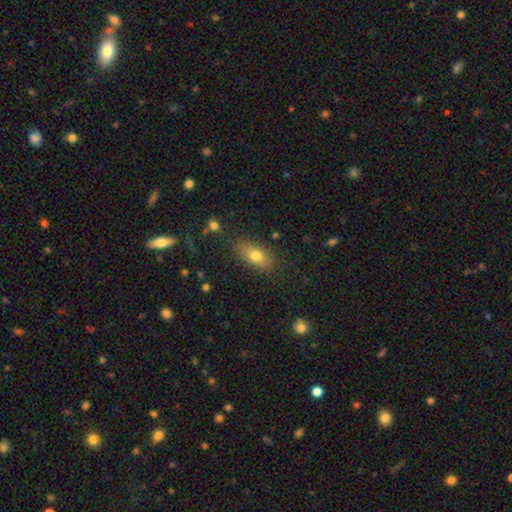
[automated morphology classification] Smooth or featured: smooth — 76% (featured or disk — 14%)
How rounded: in between — 82% (round — 9%)
Merging: none — 80% (minor disturbance — 14%)